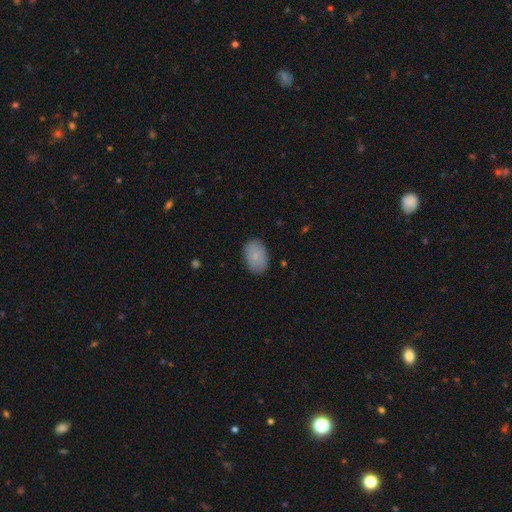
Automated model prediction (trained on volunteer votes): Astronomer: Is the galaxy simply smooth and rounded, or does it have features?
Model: smooth — 85%.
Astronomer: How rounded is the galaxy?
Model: in between — 88%.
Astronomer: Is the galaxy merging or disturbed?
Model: none — 85%.